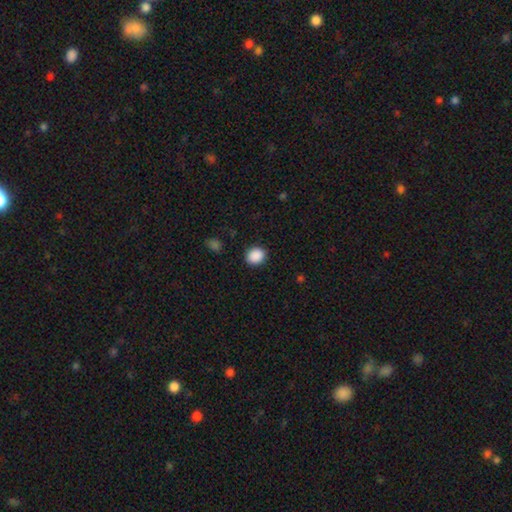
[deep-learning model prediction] Smooth or featured? Predicted: smooth (p=0.89). How rounded? Predicted: round (p=0.68). Merging? Predicted: none (p=0.89).